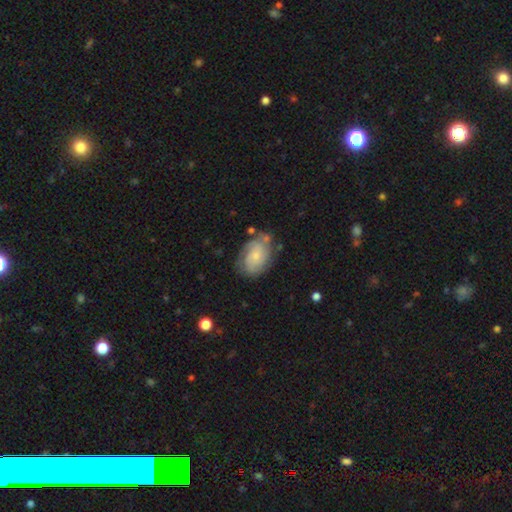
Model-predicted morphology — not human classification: smooth-or-featured: featured or disk: 64% | smooth: 29% | star or artifact: 7%
  disk-edge-on: no: 97% | yes: 3%
    bar: no: 74% | weak: 23% | strong: 3%
    has-spiral-arms: yes: 90% | no: 10%
      spiral-winding: tight: 53% | medium: 35% | loose: 11%
      spiral-arm-count: 2: 38% | can't tell: 30% | 3: 19% | 4: 6% | 1: 5% | more than 4: 4%
    bulge-size: small: 66% | moderate: 22% | none: 8% | large: 3% | dominant: 1%
  merging: none: 65% | minor disturbance: 22% | major disturbance: 8% | merger: 5%